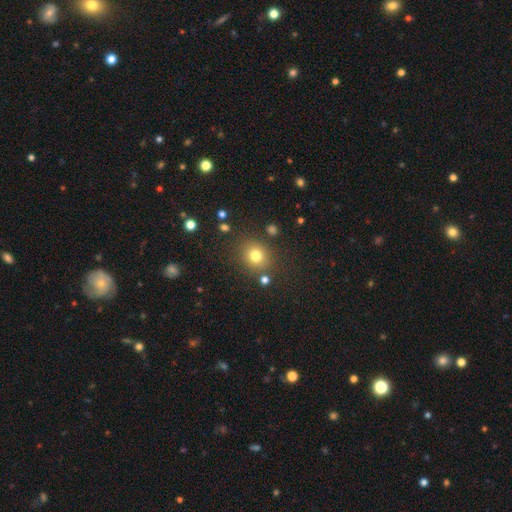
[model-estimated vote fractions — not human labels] smooth_or_featured: smooth (p=0.78) [alt: star or artifact p=0.15]
how_rounded: round (p=0.81) [alt: in between p=0.18]
merging: none (p=0.83) [alt: minor disturbance p=0.09]